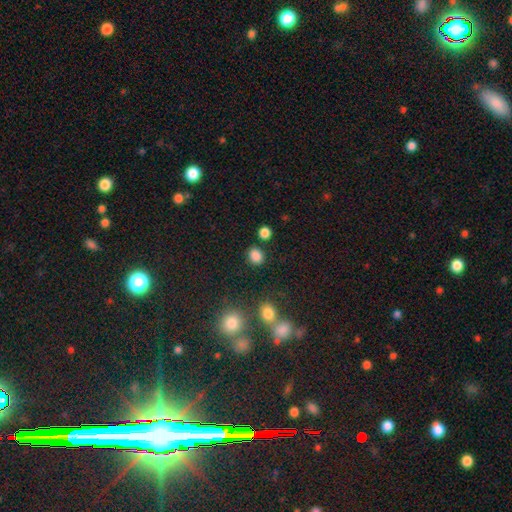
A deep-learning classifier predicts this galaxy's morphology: A smooth galaxy with no disk features (84%) that is round (64%).

Vote fractions:
- Smooth or featured? smooth: 84% / star or artifact: 12% / featured or disk: 4%
- How rounded? round: 64% / in between: 35% / cigar-shaped: 1%
- Merging? none: 81% / minor disturbance: 10% / merger: 6% / major disturbance: 3%